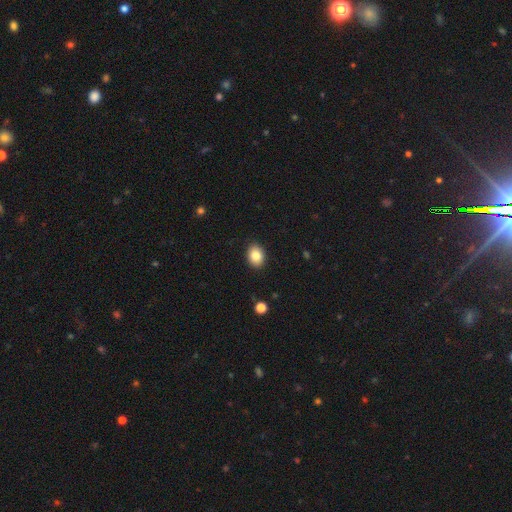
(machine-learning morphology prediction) This is clearly a smooth galaxy (84%). How rounded: likely in between (67%). Merging: clearly none (90%).